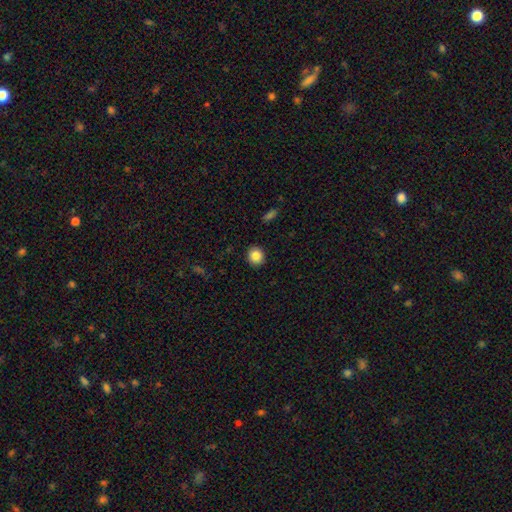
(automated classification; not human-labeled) Morphology: type=smooth (85%); roundness=round (84%); merging=none (91%).